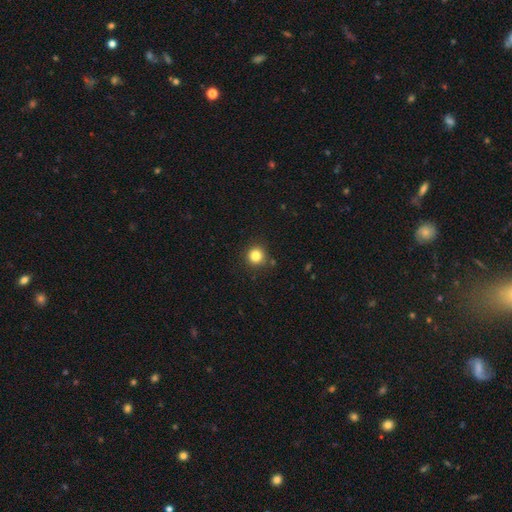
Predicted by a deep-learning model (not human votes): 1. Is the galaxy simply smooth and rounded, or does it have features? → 83% smooth, 12% star or artifact, 5% featured or disk.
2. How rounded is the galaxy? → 93% round, 6% in between, 1% cigar-shaped.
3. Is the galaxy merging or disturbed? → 87% none, 8% minor disturbance, 3% merger, 2% major disturbance.